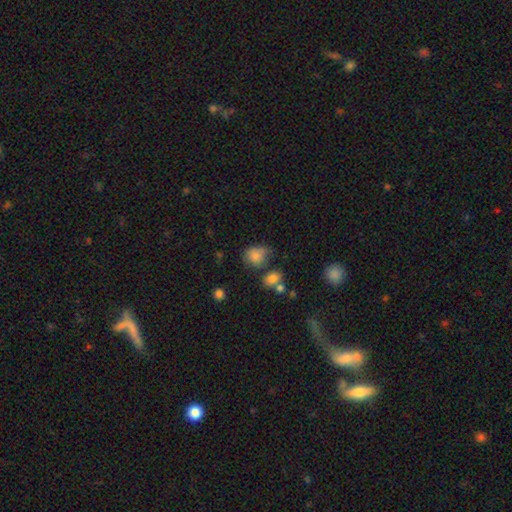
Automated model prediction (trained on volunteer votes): Smooth or featured? smooth (79%)
How rounded? round (54%)
Merging? none (45%)